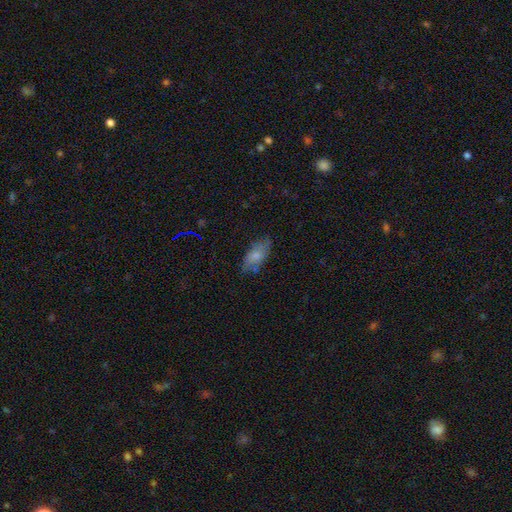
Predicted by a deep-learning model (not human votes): Overall: smooth (70%). How rounded: in between (85%). Merging: none (66%).